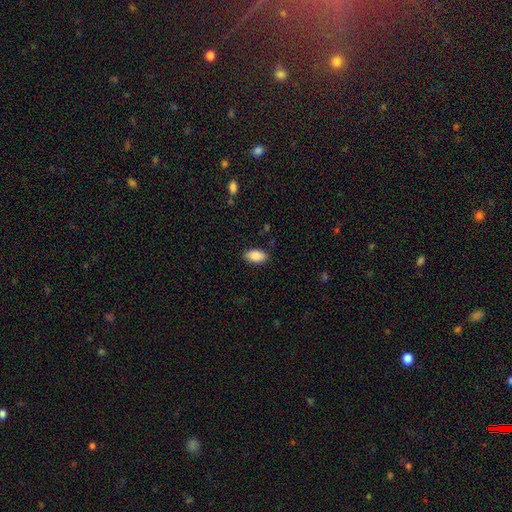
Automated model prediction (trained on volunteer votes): A smooth galaxy with no disk features (87%) that is in between round and cigar-shaped (94%).

Vote fractions:
- Smooth or featured? smooth: 87% / star or artifact: 7% / featured or disk: 6%
- How rounded? in between: 94% / cigar-shaped: 3% / round: 3%
- Merging? none: 87% / minor disturbance: 10% / major disturbance: 2% / merger: 1%